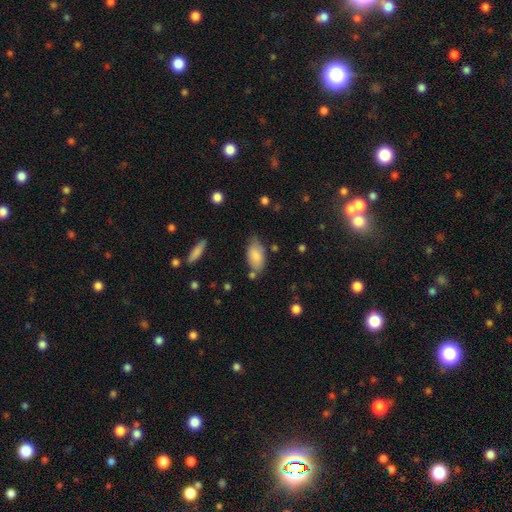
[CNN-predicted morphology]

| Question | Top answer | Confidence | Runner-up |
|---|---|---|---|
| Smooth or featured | smooth | 83% | featured or disk (10%) |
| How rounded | in between | 92% | cigar-shaped (5%) |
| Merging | none | 69% | minor disturbance (21%) |